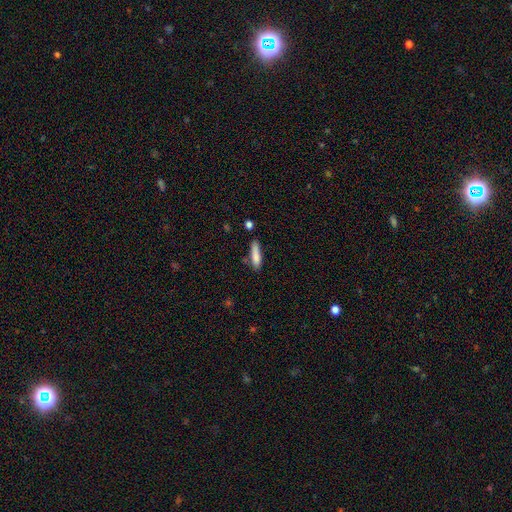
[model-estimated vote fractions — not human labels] smooth-or-featured: smooth: 83% | featured or disk: 10% | star or artifact: 7%
  how-rounded: cigar-shaped: 74% | in between: 24% | round: 2%
  merging: none: 68% | minor disturbance: 22% | merger: 6% | major disturbance: 5%